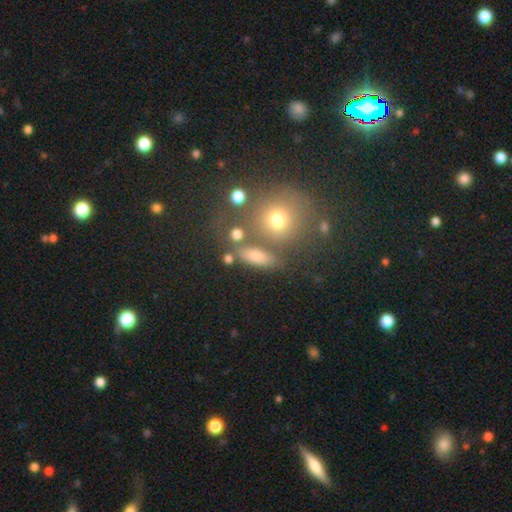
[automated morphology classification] Smooth or featured: smooth — 74% (star or artifact — 14%)
How rounded: in between — 50% (round — 29%)
Merging: none — 67% (merger — 15%)